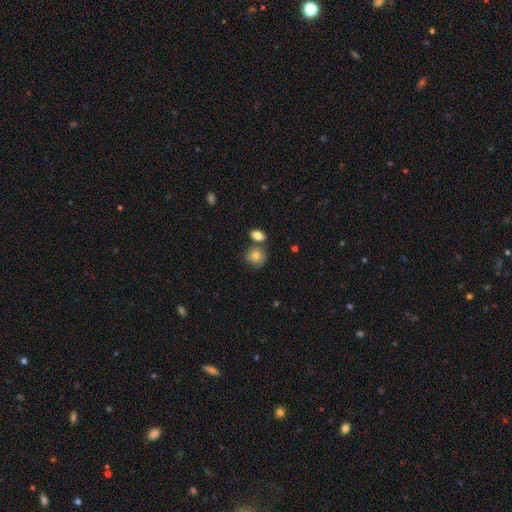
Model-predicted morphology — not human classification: This is likely a smooth galaxy (75%). How rounded: likely round (75%). Merging: possibly none (55%).